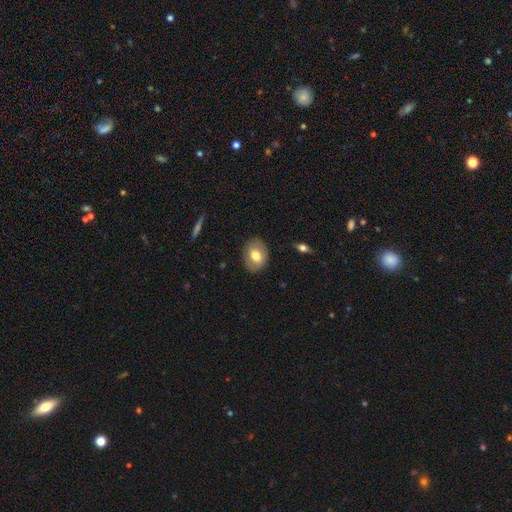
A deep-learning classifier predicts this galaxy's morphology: A smooth galaxy with no disk features (71%) that is in between round and cigar-shaped (64%). Merging: none (85%).